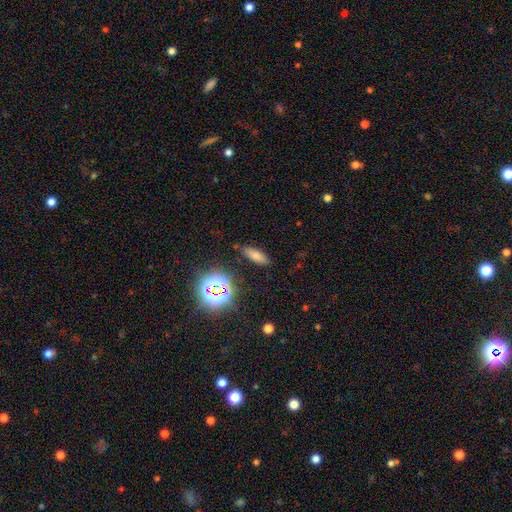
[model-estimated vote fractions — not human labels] Q: Smooth or featured?
A: smooth (69%); runner-up: star or artifact (20%)
Q: How rounded?
A: in between (59%); runner-up: cigar-shaped (35%)
Q: Merging?
A: none (83%); runner-up: minor disturbance (11%)